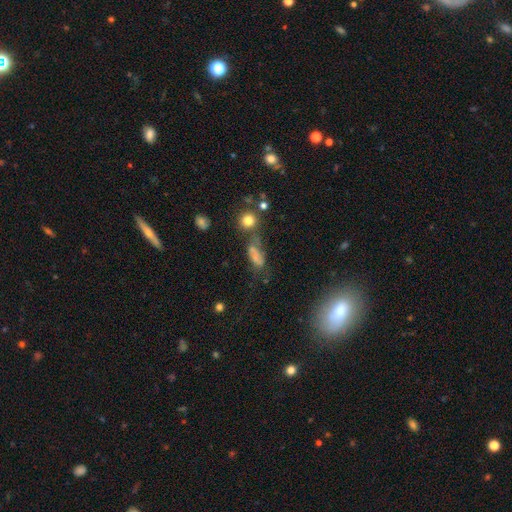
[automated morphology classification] A smooth galaxy with no disk features (61%) that is in between round and cigar-shaped (74%). Merging: none (34%).